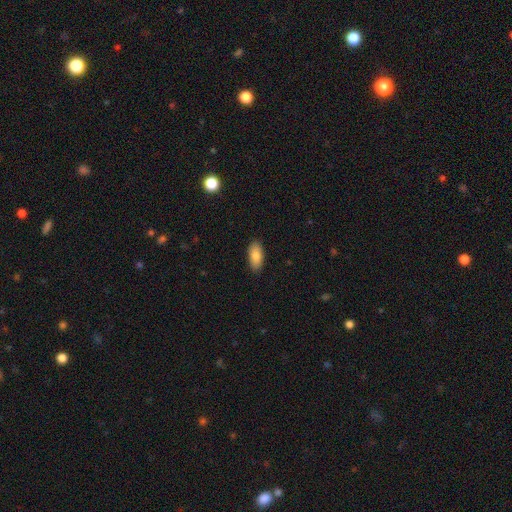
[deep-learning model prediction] Smooth or featured: smooth — 84% (featured or disk — 10%)
How rounded: in between — 91% (cigar-shaped — 7%)
Merging: none — 88% (minor disturbance — 9%)